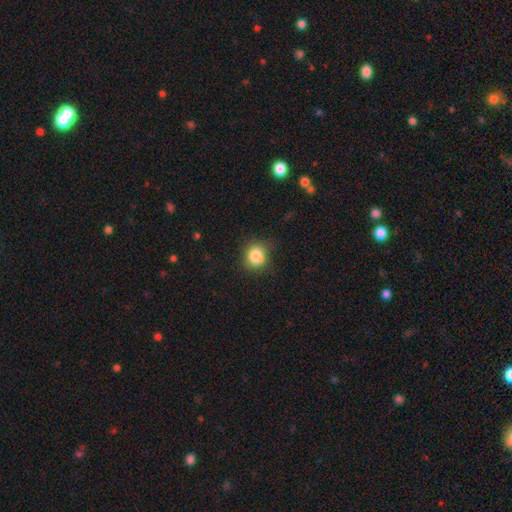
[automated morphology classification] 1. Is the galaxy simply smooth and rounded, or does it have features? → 84% smooth, 11% star or artifact, 5% featured or disk.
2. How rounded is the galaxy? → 79% round, 20% in between, 1% cigar-shaped.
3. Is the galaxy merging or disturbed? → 81% none, 14% minor disturbance, 4% major disturbance, 1% merger.